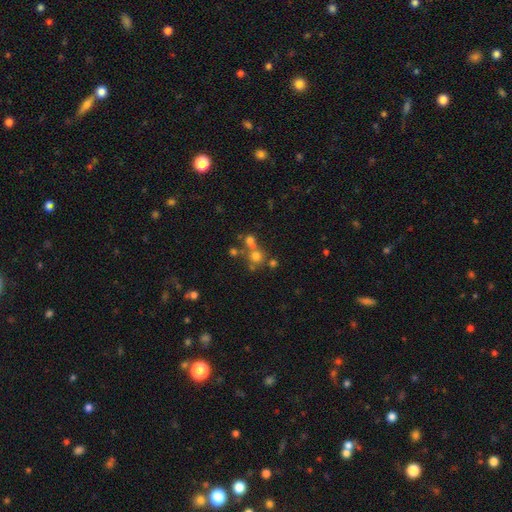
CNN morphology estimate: Overall: smooth (59%; star or artifact 23%). How rounded: round (89%). Merging: none (52%; merger 35%).